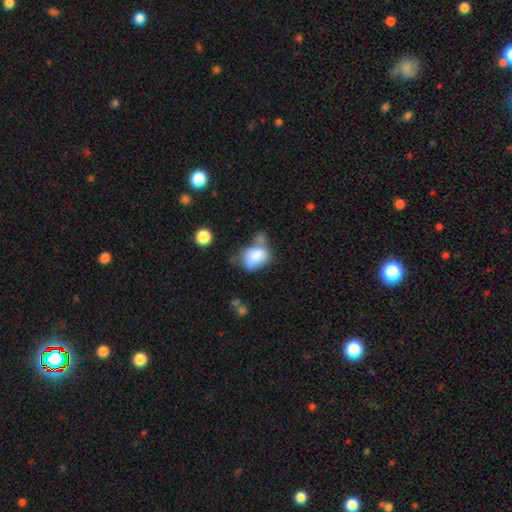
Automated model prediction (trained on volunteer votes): Q: Smooth or featured?
A: smooth (78%); runner-up: featured or disk (13%)
Q: How rounded?
A: in between (77%); runner-up: round (22%)
Q: Merging?
A: merger (33%); runner-up: none (28%)